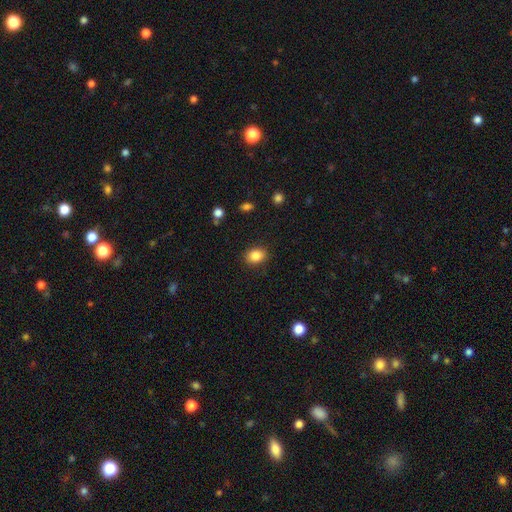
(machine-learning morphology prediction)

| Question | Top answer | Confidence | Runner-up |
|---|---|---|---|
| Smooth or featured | smooth | 86% | star or artifact (9%) |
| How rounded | in between | 59% | round (40%) |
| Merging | none | 88% | minor disturbance (9%) |